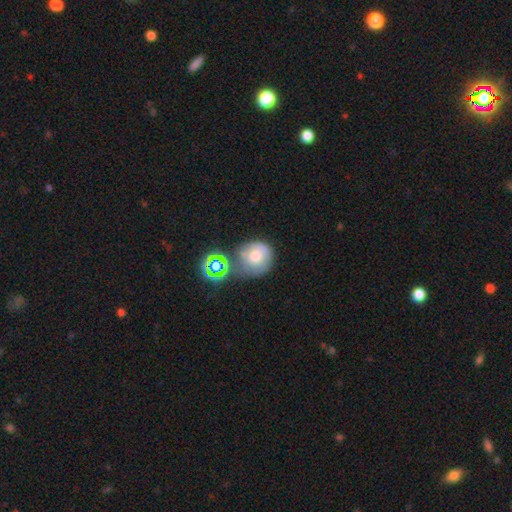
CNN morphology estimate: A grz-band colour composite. It shows a smooth galaxy with no disk features (65%) that is round (86%). Merging: none (44%).